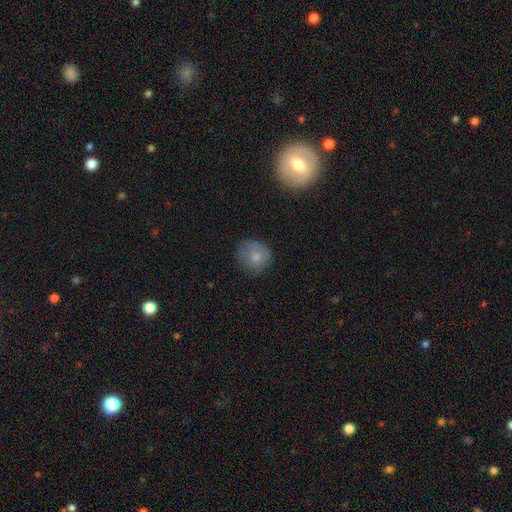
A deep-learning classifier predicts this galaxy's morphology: smooth 79%, featured or disk 12%, star or artifact 9%. Down the decision tree: how rounded — round (81%); merging — none (70%).